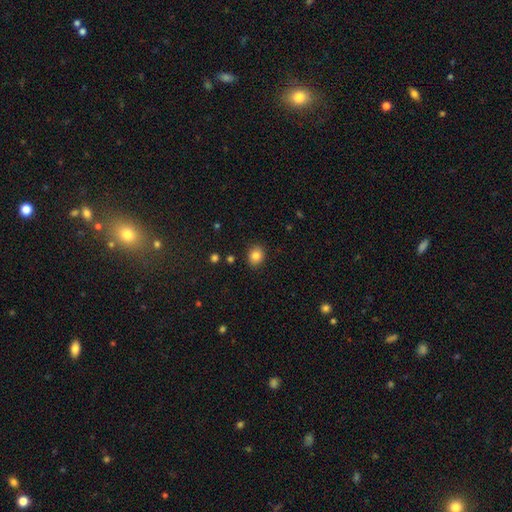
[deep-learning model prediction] Morphology: type=smooth (84%); roundness=round (61%); merging=none (89%).